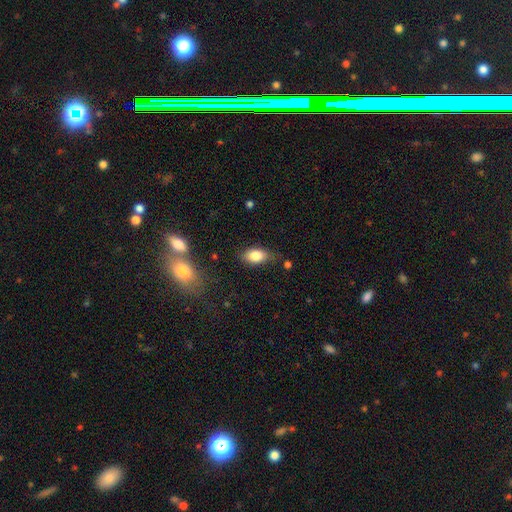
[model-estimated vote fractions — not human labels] smooth 82%, featured or disk 10%, star or artifact 8%. Down the decision tree: how rounded — in between (89%); merging — none (74%).